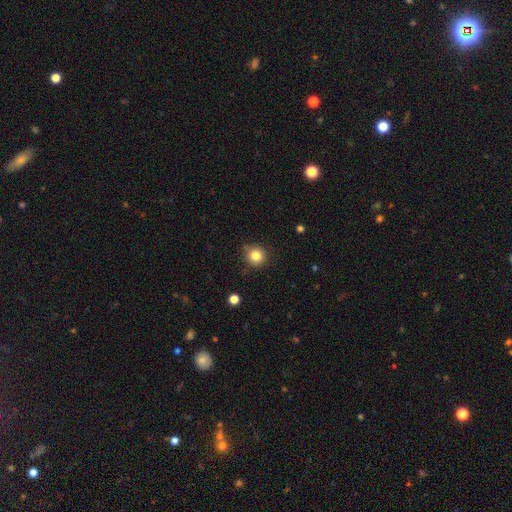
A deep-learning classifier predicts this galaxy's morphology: Smooth or featured?
  - smooth: 83% *
  - star or artifact: 11%
  - featured or disk: 6%
How rounded?
  - round: 92% *
  - in between: 7%
  - cigar-shaped: 1%
Merging?
  - none: 83% *
  - minor disturbance: 13%
  - major disturbance: 3%
  - merger: 2%